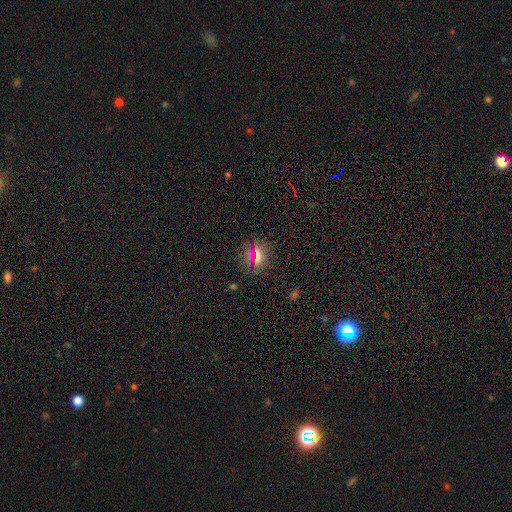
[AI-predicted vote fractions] Overall: smooth (64%; star or artifact 25%). How rounded: round (73%). Merging: none (85%).